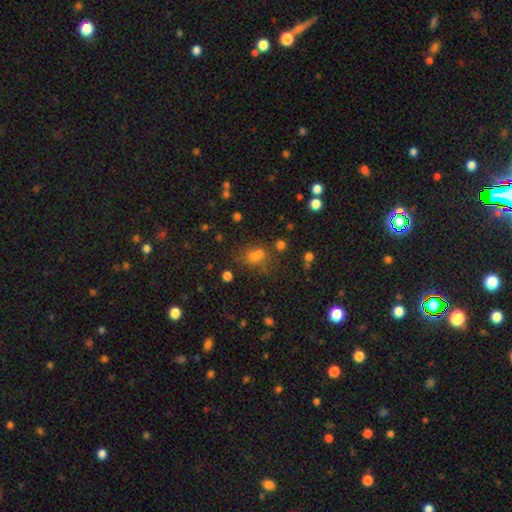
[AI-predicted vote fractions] Smooth or featured: smooth — 57% (star or artifact — 32%)
How rounded: in between — 58% (round — 39%)
Merging: none — 54% (merger — 22%)